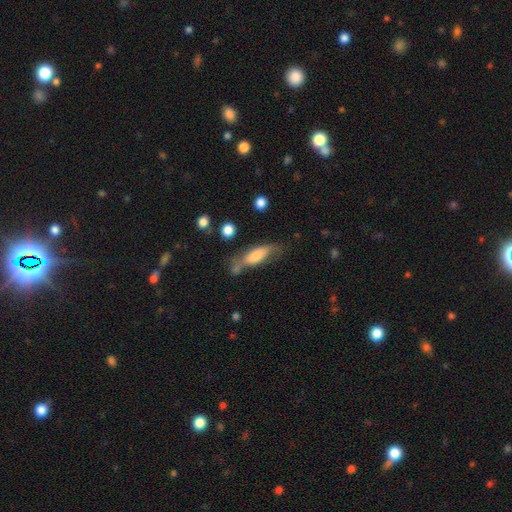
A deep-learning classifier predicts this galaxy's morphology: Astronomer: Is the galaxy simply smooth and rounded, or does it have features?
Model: smooth — 68%.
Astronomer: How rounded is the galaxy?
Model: in between — 51% (runner-up: cigar-shaped, 46%).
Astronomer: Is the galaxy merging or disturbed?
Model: none — 48% (runner-up: minor disturbance, 26%).